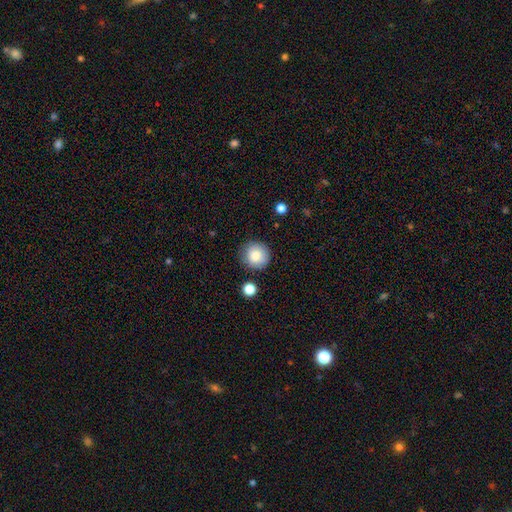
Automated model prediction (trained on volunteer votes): This is clearly a smooth galaxy (84%). How rounded: clearly round (93%). Merging: clearly none (84%).